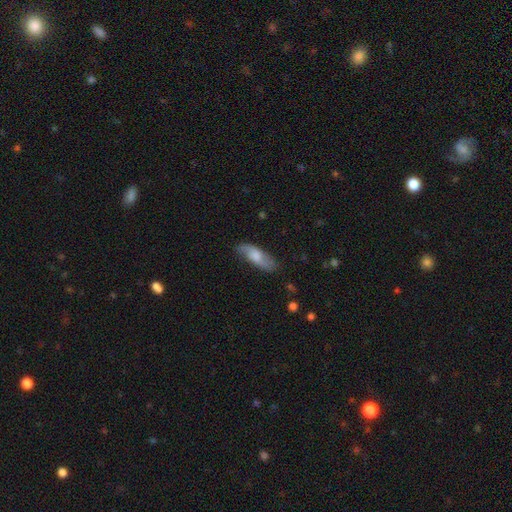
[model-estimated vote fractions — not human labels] smooth_or_featured: smooth (p=0.65) [alt: featured or disk p=0.30]
how_rounded: in between (p=0.65) [alt: cigar-shaped p=0.33]
merging: none (p=0.75) [alt: minor disturbance p=0.19]